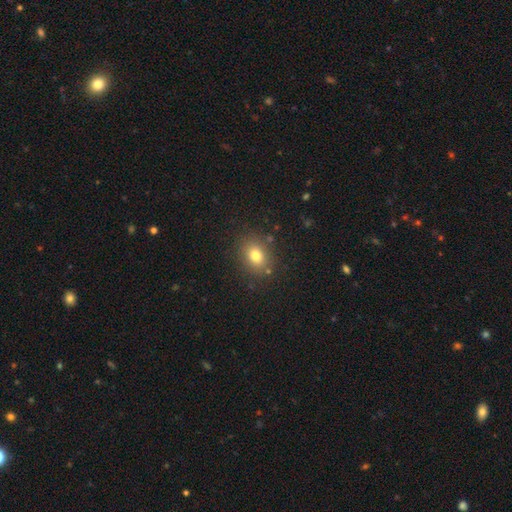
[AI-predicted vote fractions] The model was most divided on "how rounded": in between: 54%, round: 45%, cigar-shaped: 1%. More confident: merging — none (84%); smooth or featured — smooth (78%).